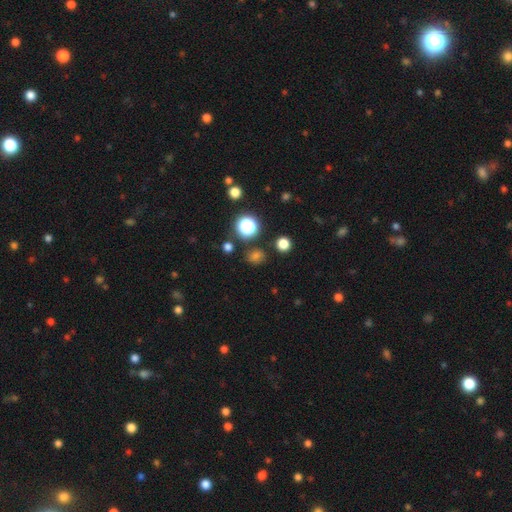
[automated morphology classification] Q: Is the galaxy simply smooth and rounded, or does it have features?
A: smooth — 62%.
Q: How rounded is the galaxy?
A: round — 69%.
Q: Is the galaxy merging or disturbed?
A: none — 83%.